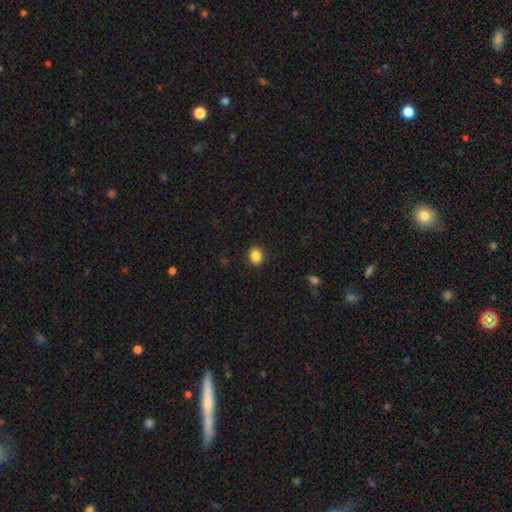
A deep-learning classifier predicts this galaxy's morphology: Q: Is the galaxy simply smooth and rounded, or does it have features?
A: smooth — 87%.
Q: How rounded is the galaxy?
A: round — 60%.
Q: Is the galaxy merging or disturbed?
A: none — 89%.